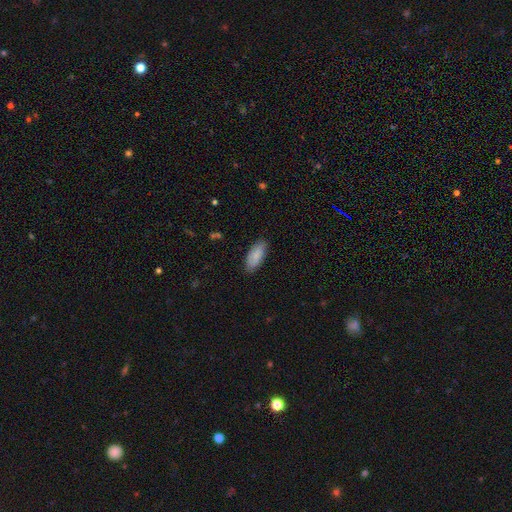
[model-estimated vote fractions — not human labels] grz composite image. It shows a smooth galaxy with no disk features (85%) that is in between round and cigar-shaped (84%). Merging: none (84%).